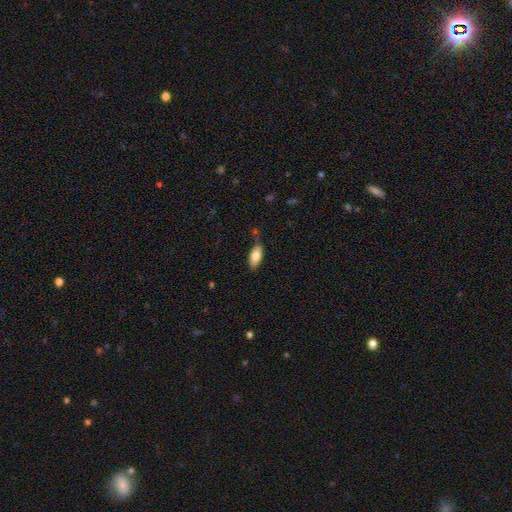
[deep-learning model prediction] Overall: smooth (79%). How rounded: in between (87%). Merging: none (75%).